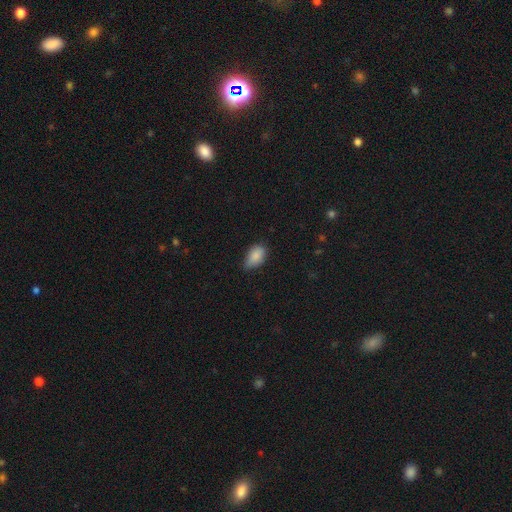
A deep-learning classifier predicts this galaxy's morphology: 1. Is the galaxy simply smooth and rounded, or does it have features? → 86% smooth, 8% star or artifact, 6% featured or disk.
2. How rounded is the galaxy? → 89% in between, 9% round, 2% cigar-shaped.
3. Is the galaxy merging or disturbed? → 52% none, 40% minor disturbance, 7% major disturbance, 2% merger.